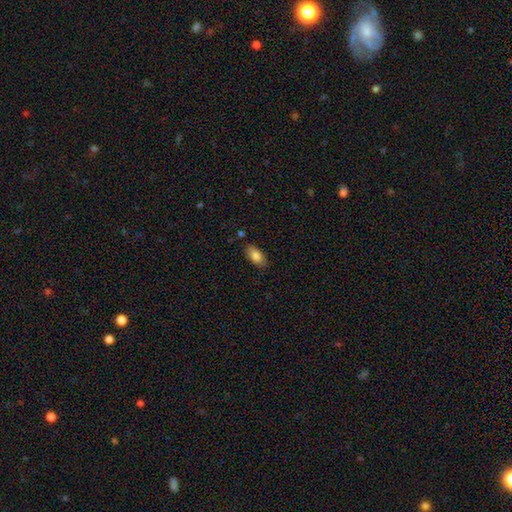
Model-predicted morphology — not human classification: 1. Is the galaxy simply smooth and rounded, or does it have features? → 84% smooth, 9% featured or disk, 7% star or artifact.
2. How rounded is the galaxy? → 91% in between, 5% cigar-shaped, 4% round.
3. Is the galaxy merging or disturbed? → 83% none, 12% minor disturbance, 3% major disturbance, 2% merger.